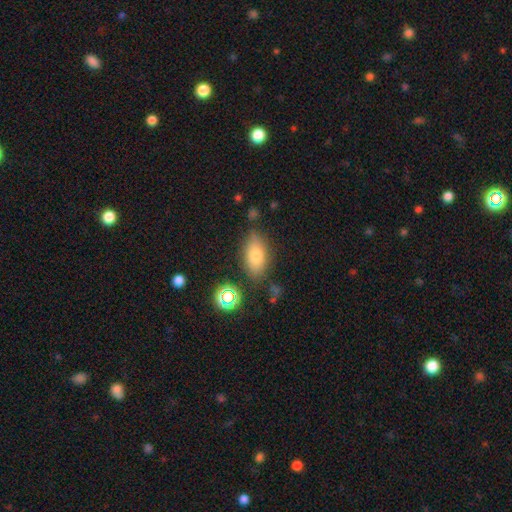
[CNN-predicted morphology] Overall: smooth (73%). How rounded: in between (86%). Merging: none (77%).